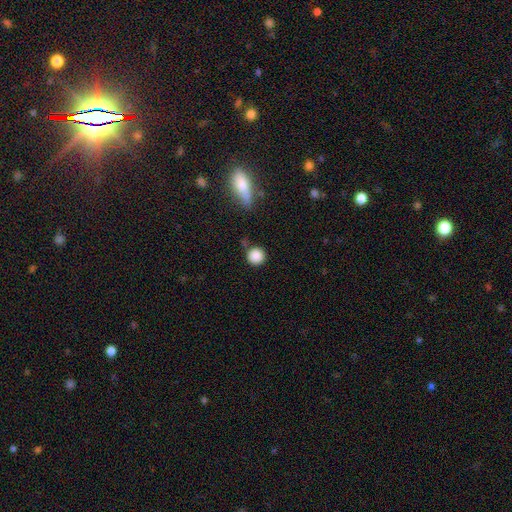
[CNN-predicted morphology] This is clearly a smooth galaxy (86%). How rounded: clearly round (93%). Merging: clearly none (80%).